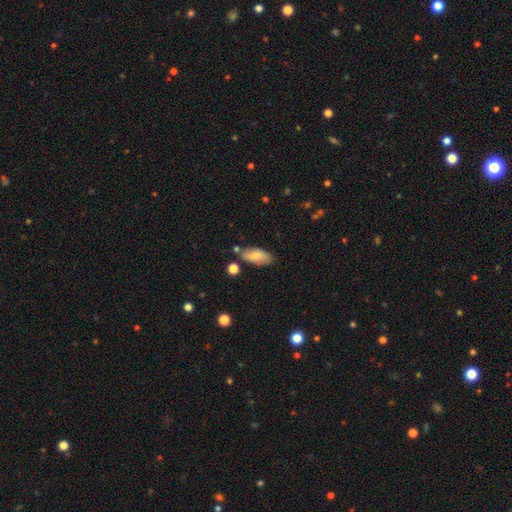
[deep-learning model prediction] smooth_or_featured: smooth (p=0.77) [alt: featured or disk p=0.16]
how_rounded: in between (p=0.89) [alt: cigar-shaped p=0.09]
merging: none (p=0.72) [alt: minor disturbance p=0.18]